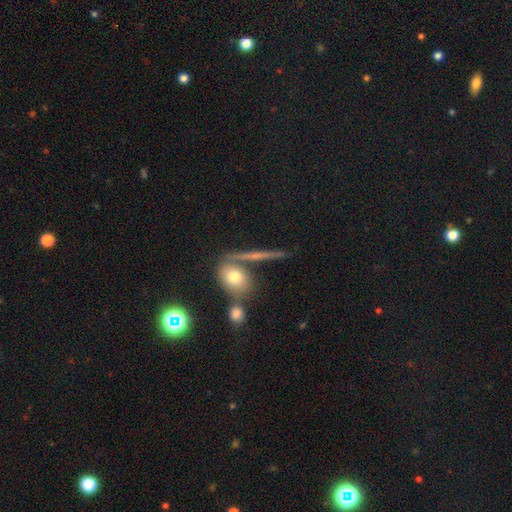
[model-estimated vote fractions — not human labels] smooth 43%, featured or disk 41%, star or artifact 16%. Down the decision tree: merging — none (69%).